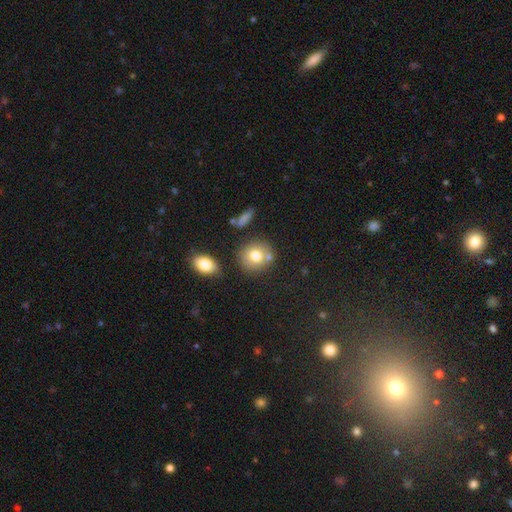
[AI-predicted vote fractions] Smooth or featured?
  - smooth: 75% *
  - featured or disk: 15%
  - star or artifact: 10%
How rounded?
  - round: 79% *
  - in between: 19%
  - cigar-shaped: 1%
Merging?
  - none: 70% *
  - merger: 14%
  - minor disturbance: 12%
  - major disturbance: 4%